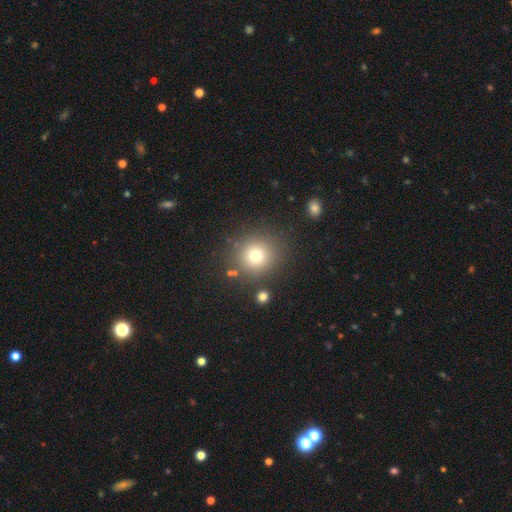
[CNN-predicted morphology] Smooth or featured: smooth — 73% (star or artifact — 16%)
How rounded: round — 92% (in between — 7%)
Merging: none — 84% (minor disturbance — 8%)